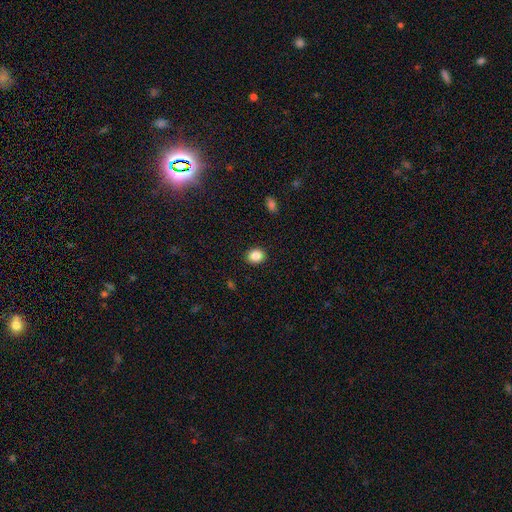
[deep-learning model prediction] The model was most divided on "how rounded": round: 63%, in between: 36%, cigar-shaped: 1%. More confident: merging — none (91%); smooth or featured — smooth (86%).